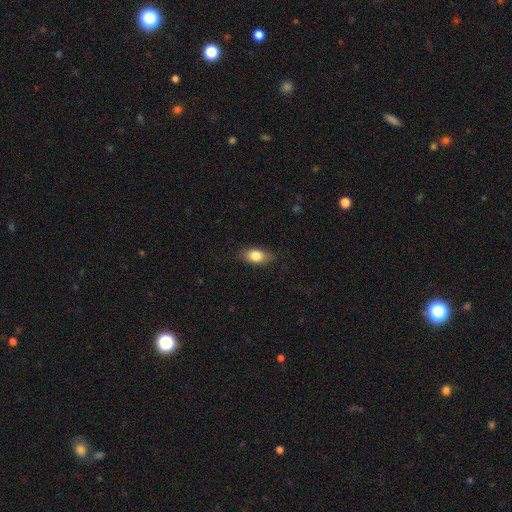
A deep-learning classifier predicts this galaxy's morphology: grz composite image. It shows a smooth galaxy with no disk features (81%) that is in between round and cigar-shaped (84%). Merging: none (82%).